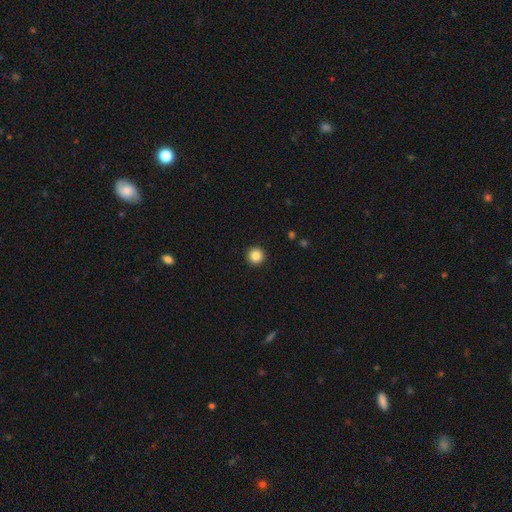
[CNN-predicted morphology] Q: Smooth or featured?
A: smooth (85%); runner-up: star or artifact (10%)
Q: How rounded?
A: round (96%); runner-up: in between (3%)
Q: Merging?
A: none (94%); runner-up: minor disturbance (4%)